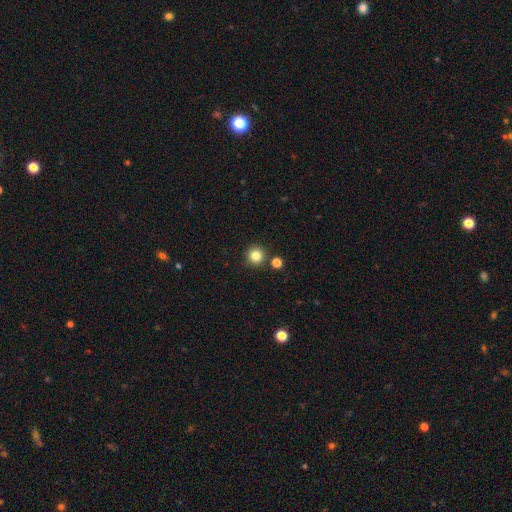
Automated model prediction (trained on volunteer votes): Smooth or featured? smooth (83%)
How rounded? round (95%)
Merging? none (88%)